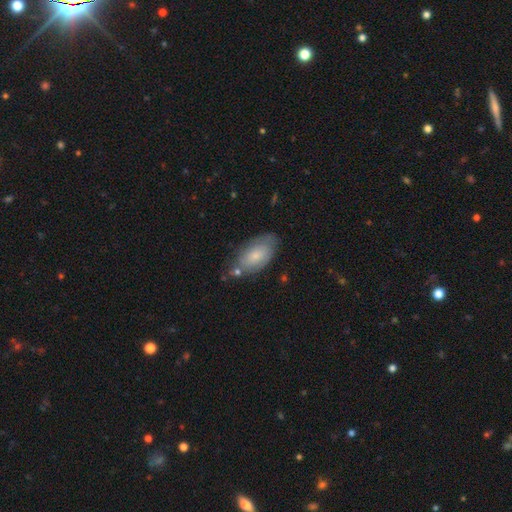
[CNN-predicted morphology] The model was most divided on "merging": none: 62%, minor disturbance: 24%, merger: 7%, major disturbance: 7%. More confident: how rounded — in between (93%); smooth or featured — smooth (70%).